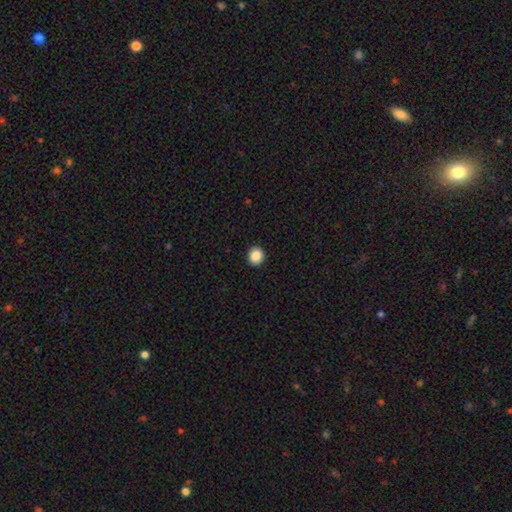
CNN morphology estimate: A smooth galaxy with no disk features (87%) that is round (86%). Merging: none (93%).